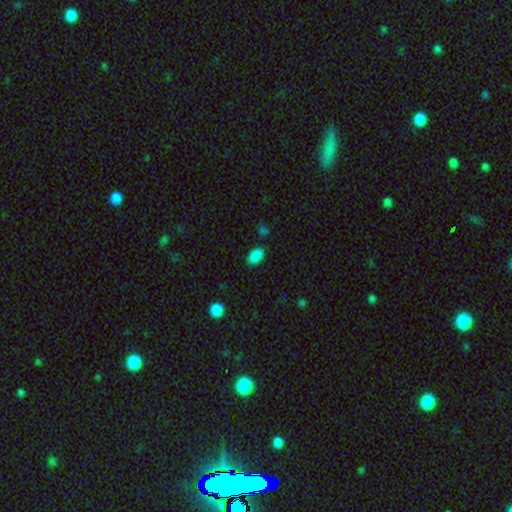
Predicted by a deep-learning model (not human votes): Smooth or featured? Predicted: smooth (p=0.87). How rounded? Predicted: in between (p=0.92). Merging? Predicted: none (p=0.83).